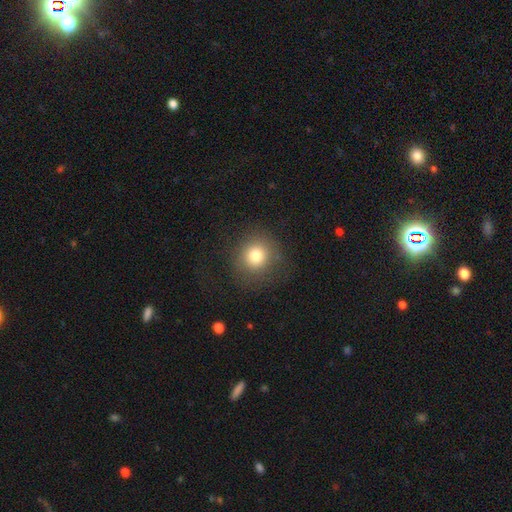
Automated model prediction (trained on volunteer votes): Smooth or featured? smooth (77%)
How rounded? round (90%)
Merging? none (83%)